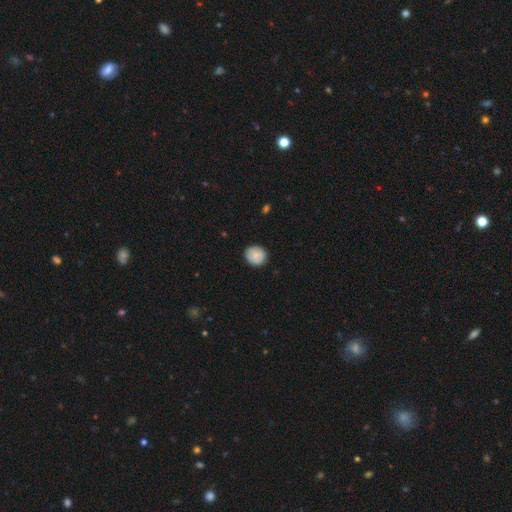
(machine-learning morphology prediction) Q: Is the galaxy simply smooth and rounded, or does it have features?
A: smooth — 86%.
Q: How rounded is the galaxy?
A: round — 76%.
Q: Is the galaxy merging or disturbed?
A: none — 87%.